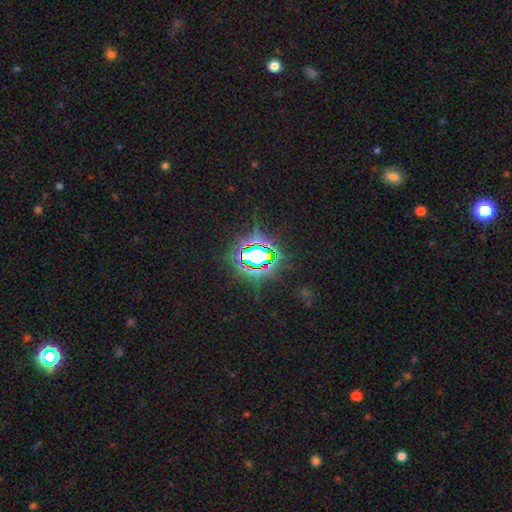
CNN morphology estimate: This appears to be a star or artifact, not a galaxy (79%).